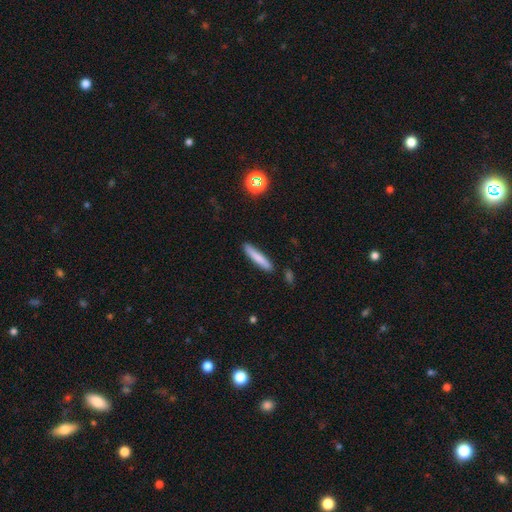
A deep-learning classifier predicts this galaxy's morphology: Smooth or featured: smooth — 77% (featured or disk — 15%)
How rounded: cigar-shaped — 91% (in between — 7%)
Merging: none — 87% (minor disturbance — 9%)